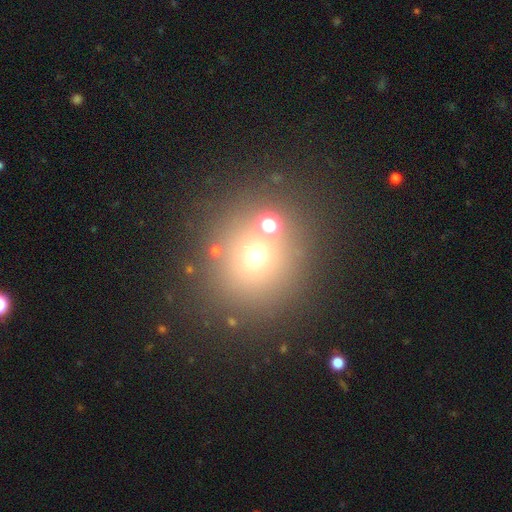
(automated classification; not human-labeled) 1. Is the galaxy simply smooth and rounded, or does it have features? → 61% smooth, 26% star or artifact, 13% featured or disk.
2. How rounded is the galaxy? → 85% round, 14% in between, 1% cigar-shaped.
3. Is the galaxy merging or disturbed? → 67% none, 21% merger, 8% minor disturbance, 4% major disturbance.